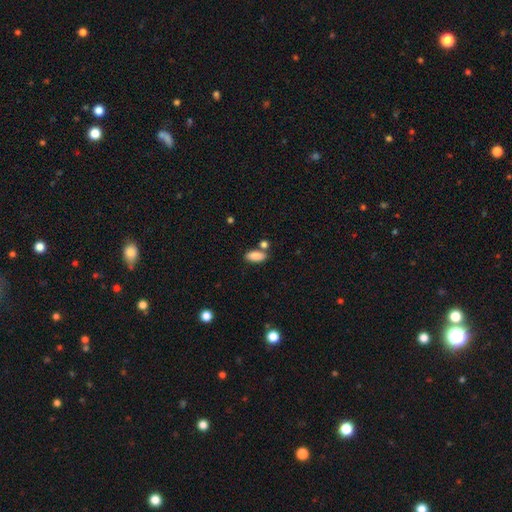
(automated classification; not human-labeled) smooth-or-featured: smooth: 87% | star or artifact: 8% | featured or disk: 5%
  how-rounded: in between: 86% | cigar-shaped: 11% | round: 3%
  merging: none: 69% | merger: 16% | minor disturbance: 12% | major disturbance: 3%